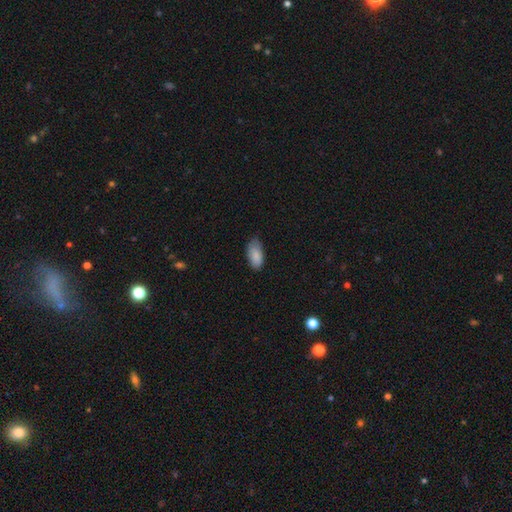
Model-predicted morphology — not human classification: Smooth or featured: smooth — 87% (star or artifact — 7%)
How rounded: in between — 93% (cigar-shaped — 4%)
Merging: none — 67% (minor disturbance — 28%)